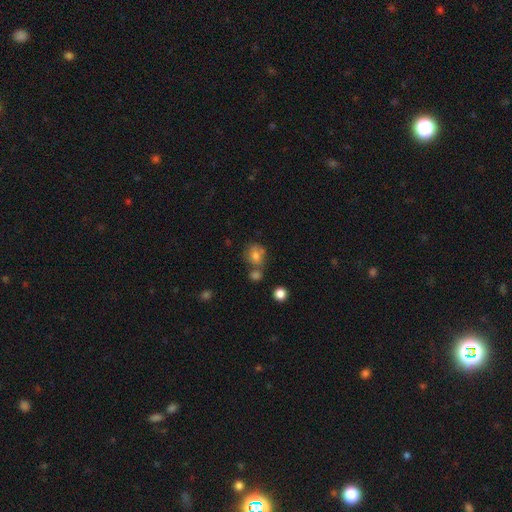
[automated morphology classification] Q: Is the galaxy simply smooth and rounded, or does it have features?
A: smooth — 73%.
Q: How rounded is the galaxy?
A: round — 65%.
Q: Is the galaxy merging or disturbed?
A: none — 50%.